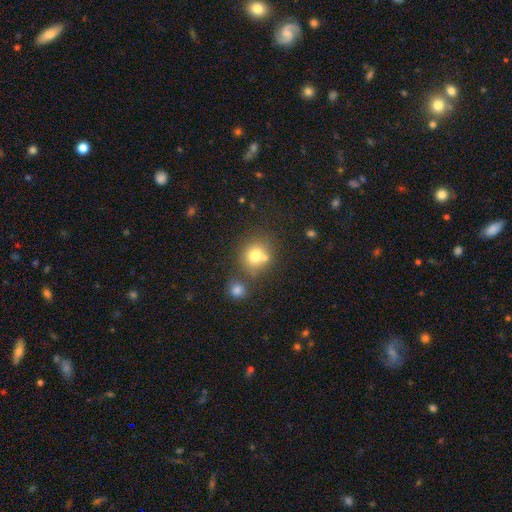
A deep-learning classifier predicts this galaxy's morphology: Smooth or featured? smooth (75%)
How rounded? round (82%)
Merging? none (59%)